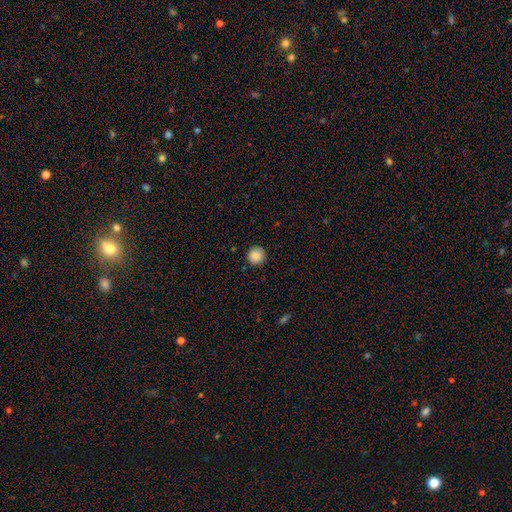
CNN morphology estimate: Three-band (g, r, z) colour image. It shows a smooth galaxy with no disk features (87%) that is round (95%). Merging: none (91%).